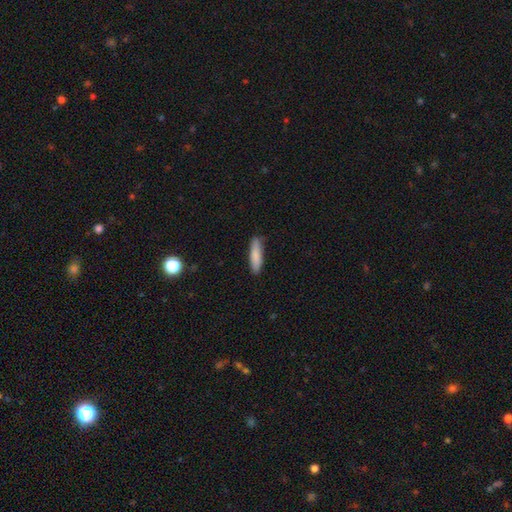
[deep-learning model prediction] smooth 84%, featured or disk 10%, star or artifact 6%. Down the decision tree: how rounded — cigar-shaped (72%); merging — none (85%).